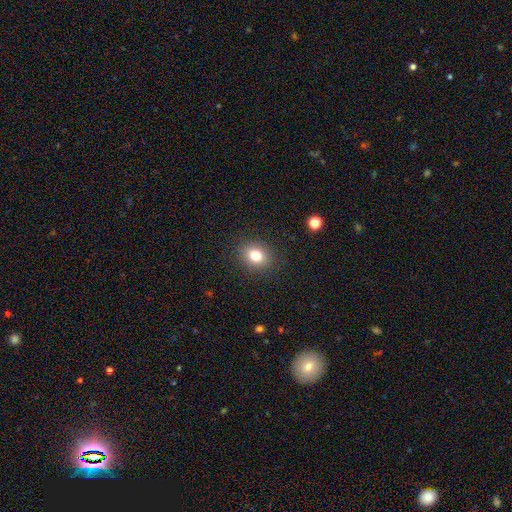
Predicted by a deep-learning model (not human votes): The model was most divided on "how rounded": round: 55%, in between: 45%, cigar-shaped: 1%. More confident: merging — none (88%); smooth or featured — smooth (80%).